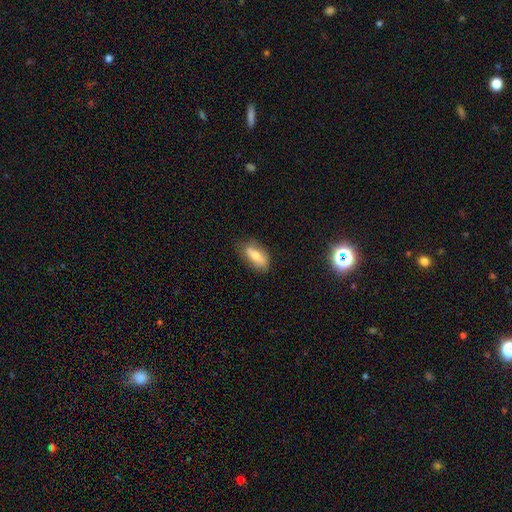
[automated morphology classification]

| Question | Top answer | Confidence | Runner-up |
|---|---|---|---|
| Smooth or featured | smooth | 64% | featured or disk (25%) |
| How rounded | in between | 77% | cigar-shaped (18%) |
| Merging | none | 78% | minor disturbance (17%) |